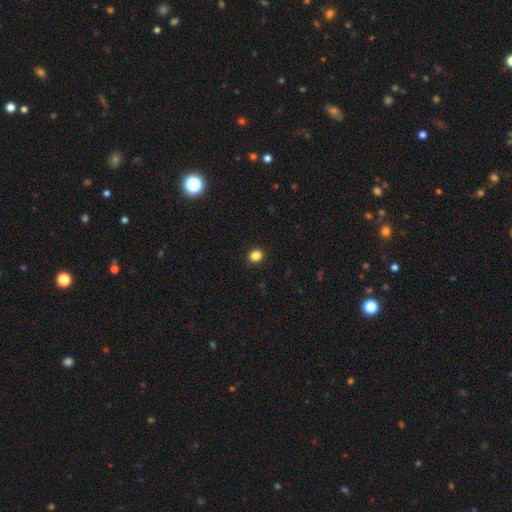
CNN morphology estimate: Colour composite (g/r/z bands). It shows a smooth galaxy with no disk features (85%) that is round (80%). Merging: none (92%).